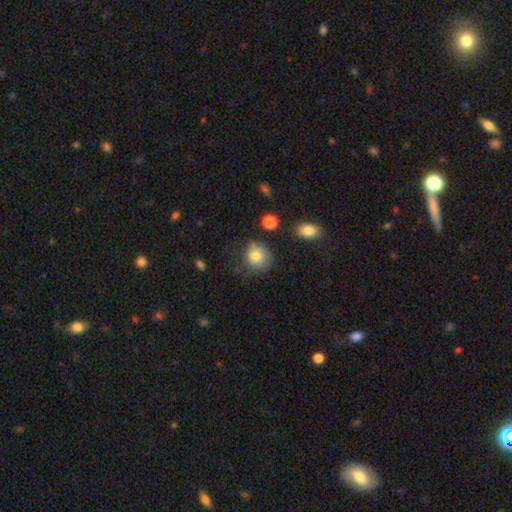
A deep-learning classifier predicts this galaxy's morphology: A smooth galaxy with no disk features (81%) that is round (83%). Merging: none (64%).